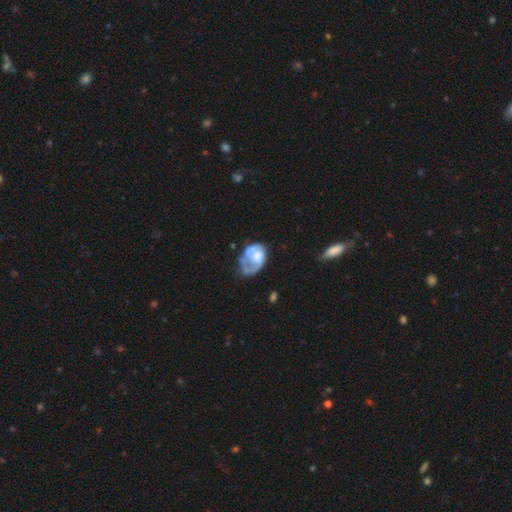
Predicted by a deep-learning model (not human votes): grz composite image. It shows a featured or disk galaxy (57%) with no bar (77%), spiral arms (56%) and a moderate central bulge (40%). Merging: major disturbance (37%).